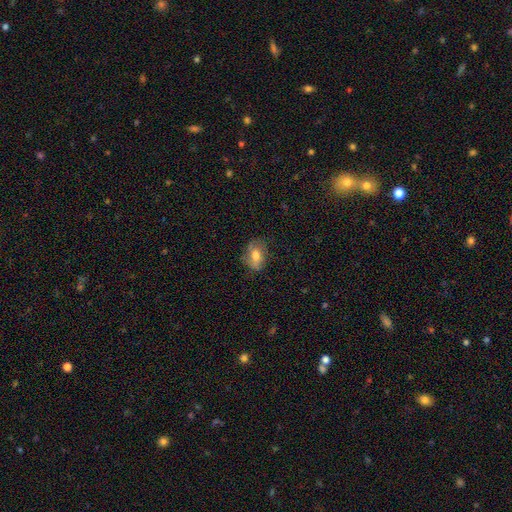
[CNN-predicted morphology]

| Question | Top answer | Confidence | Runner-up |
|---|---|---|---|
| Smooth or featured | smooth | 65% | featured or disk (27%) |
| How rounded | in between | 80% | round (18%) |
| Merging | none | 62% | minor disturbance (26%) |